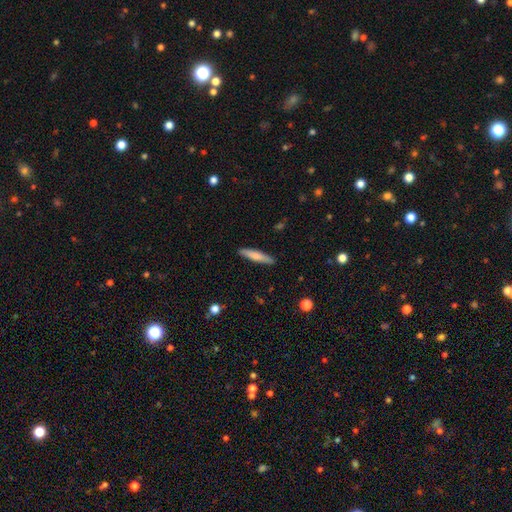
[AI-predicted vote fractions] Q: Smooth or featured?
A: smooth (72%); runner-up: featured or disk (23%)
Q: How rounded?
A: cigar-shaped (89%); runner-up: in between (10%)
Q: Merging?
A: none (90%); runner-up: minor disturbance (7%)